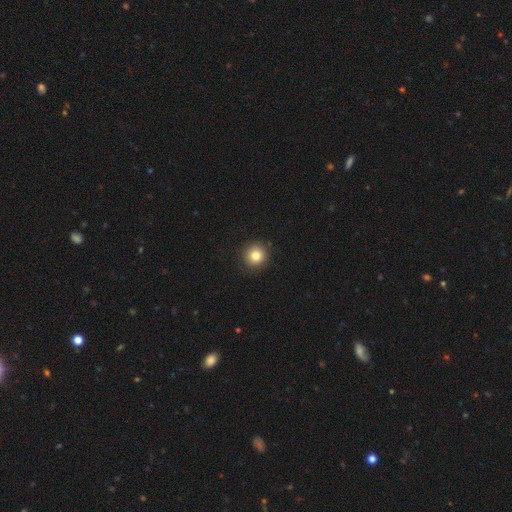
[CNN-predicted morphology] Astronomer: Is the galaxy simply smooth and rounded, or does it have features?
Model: smooth — 82%.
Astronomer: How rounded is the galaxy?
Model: round — 93%.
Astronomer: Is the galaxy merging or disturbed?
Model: none — 91%.